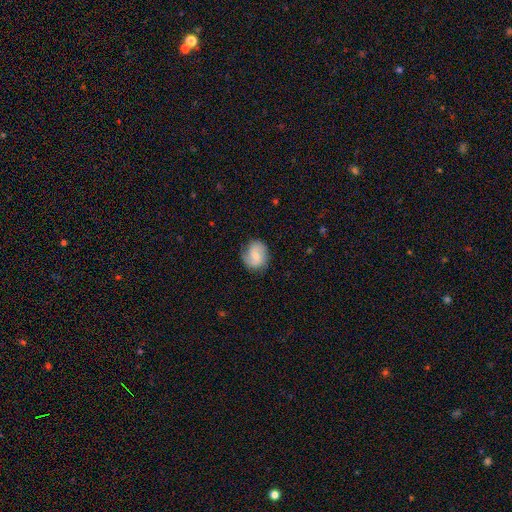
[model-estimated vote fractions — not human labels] Morphology: type=smooth (52%); roundness=round (68%); merging=none (73%).